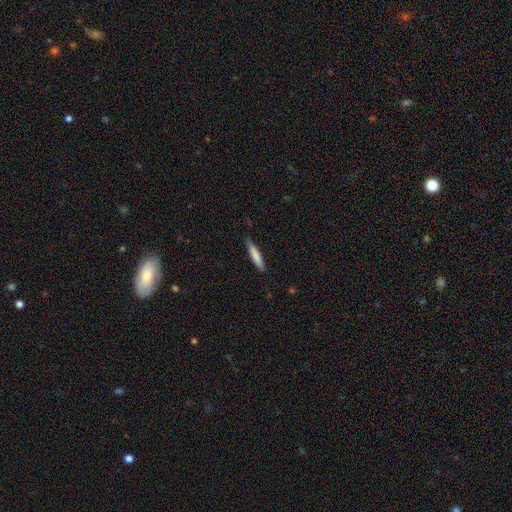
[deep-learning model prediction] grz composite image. It shows a smooth galaxy with no disk features (78%) that is cigar-shaped (90%). Merging: none (83%).